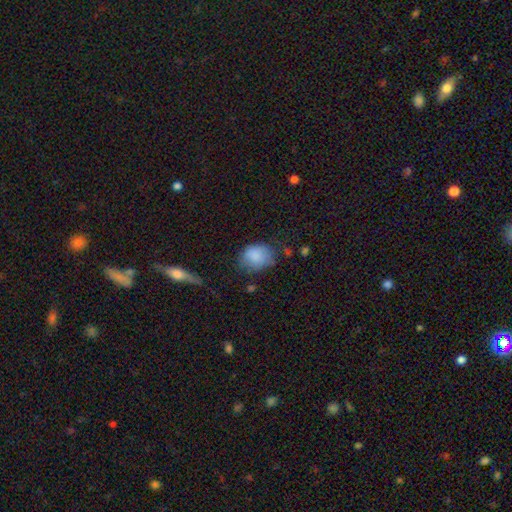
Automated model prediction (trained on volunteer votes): This appears to be a smooth galaxy with no disk features (84%) that is in between round and cigar-shaped (52%). Merging: none (58%).